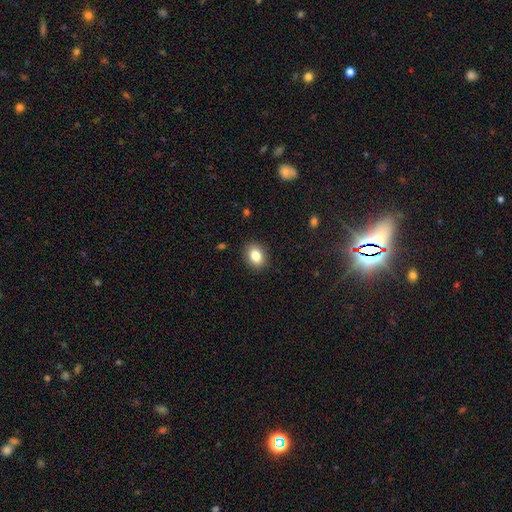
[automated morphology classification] Smooth or featured? Predicted: smooth (p=0.84). How rounded? Predicted: in between (p=0.65). Merging? Predicted: none (p=0.89).